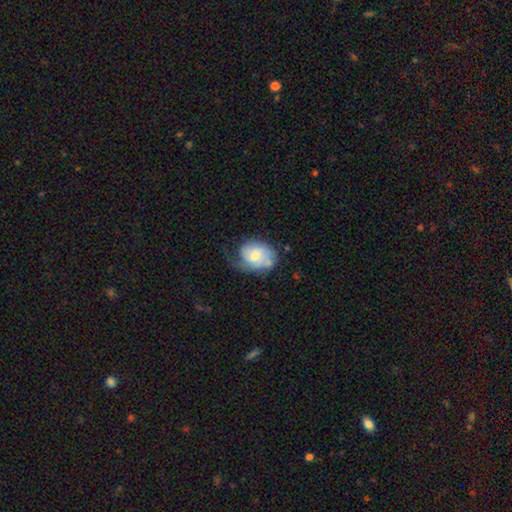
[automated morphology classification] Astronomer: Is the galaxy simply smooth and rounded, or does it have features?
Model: smooth — 49% (runner-up: featured or disk, 44%).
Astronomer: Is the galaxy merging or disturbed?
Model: none — 40% (runner-up: minor disturbance, 34%).